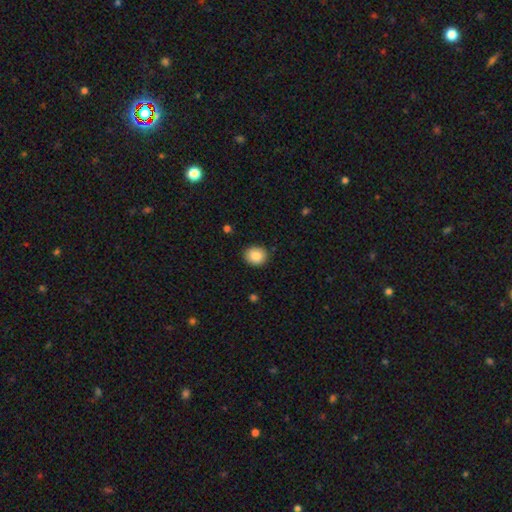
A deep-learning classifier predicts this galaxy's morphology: Overall: smooth (87%). How rounded: round (66%; in between 33%). Merging: none (89%).